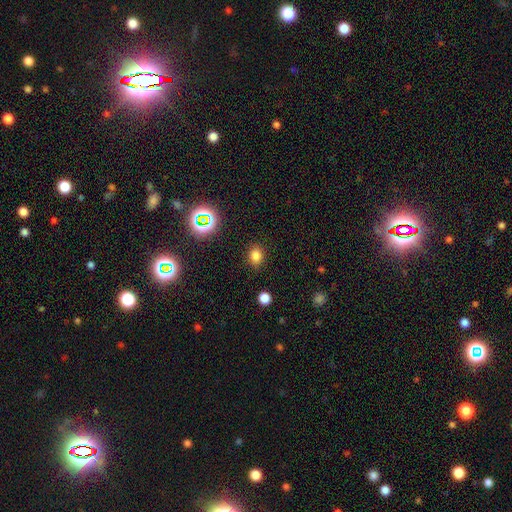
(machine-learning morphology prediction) A smooth galaxy with no disk features (77%) that is round (51%). Merging: none (86%).